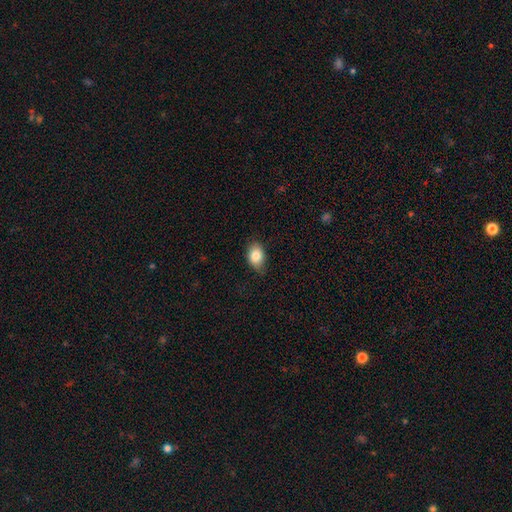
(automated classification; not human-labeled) A smooth galaxy with no disk features (84%) that is in between round and cigar-shaped (79%).

Vote fractions:
- Smooth or featured? smooth: 84% / featured or disk: 8% / star or artifact: 8%
- How rounded? in between: 79% / round: 19% / cigar-shaped: 1%
- Merging? none: 74% / minor disturbance: 21% / major disturbance: 4% / merger: 1%